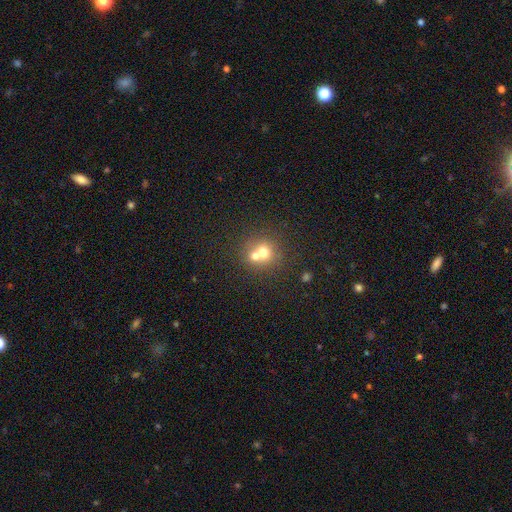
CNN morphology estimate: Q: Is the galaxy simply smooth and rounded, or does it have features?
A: smooth — 65%.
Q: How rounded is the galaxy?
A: round — 83%.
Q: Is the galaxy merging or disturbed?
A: merger — 57%.